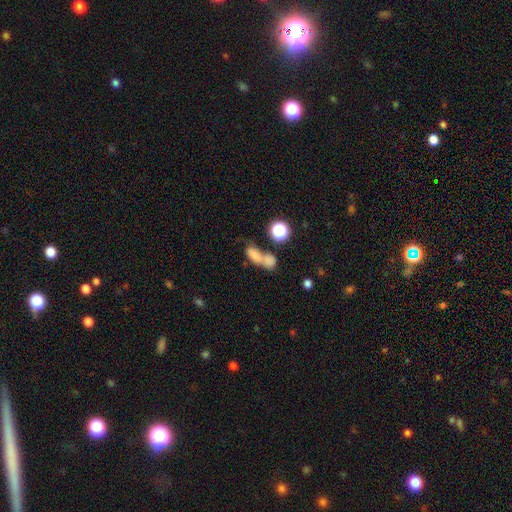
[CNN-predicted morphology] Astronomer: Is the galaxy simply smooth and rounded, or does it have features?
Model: smooth — 71%.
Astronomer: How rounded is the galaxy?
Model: in between — 73%.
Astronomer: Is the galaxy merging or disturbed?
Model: merger — 66%.